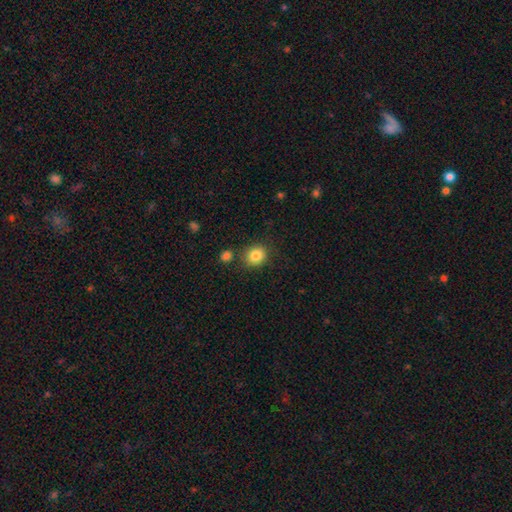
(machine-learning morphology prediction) Overall: smooth (84%). How rounded: round (77%). Merging: none (81%).